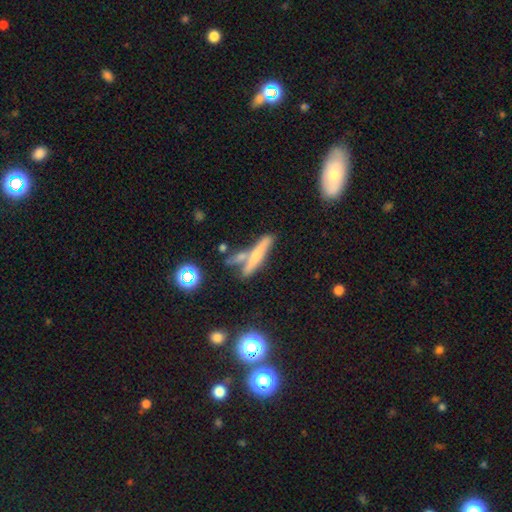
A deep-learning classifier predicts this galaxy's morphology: A featured or disk galaxy (45%). Merging: none (59%).